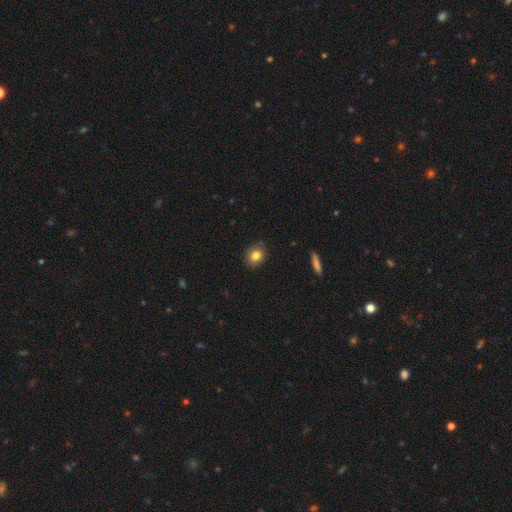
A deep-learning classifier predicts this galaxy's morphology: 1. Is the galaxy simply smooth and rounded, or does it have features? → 82% smooth, 9% star or artifact, 9% featured or disk.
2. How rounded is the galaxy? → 56% round, 43% in between, 1% cigar-shaped.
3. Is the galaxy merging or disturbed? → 86% none, 11% minor disturbance, 2% major disturbance, 1% merger.